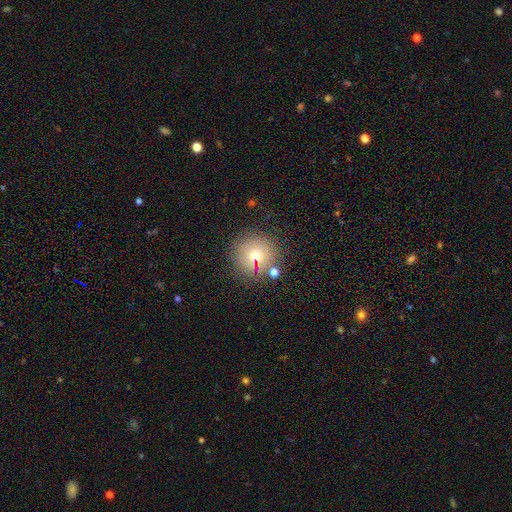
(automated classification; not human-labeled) Smooth or featured? Predicted: smooth (p=0.68). How rounded? Predicted: round (p=0.93). Merging? Predicted: none (p=0.76).